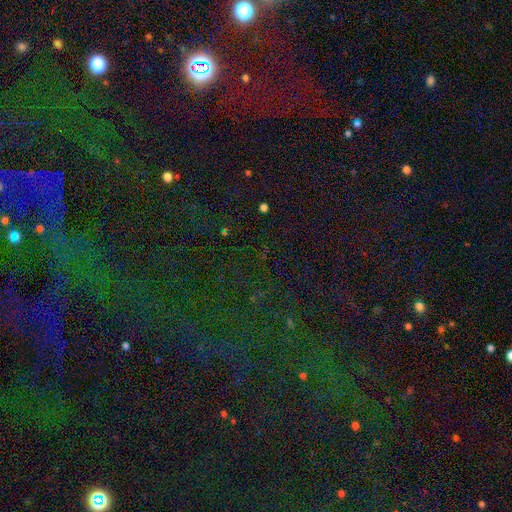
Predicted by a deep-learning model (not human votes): Smooth or featured? Predicted: star or artifact (p=0.78).